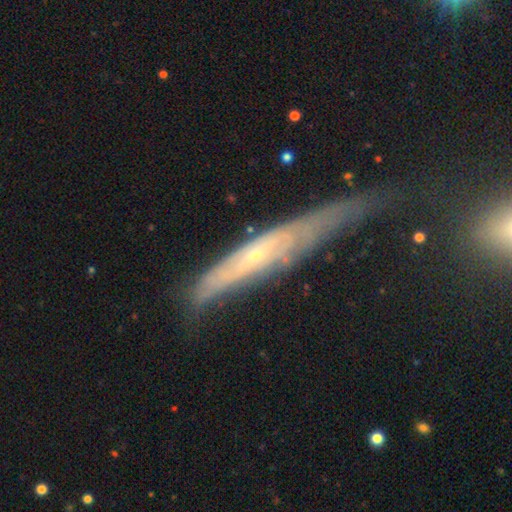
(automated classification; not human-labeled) Morphology: type=featured or disk (69%); edge-on=yes (61%); merging=none (49%).